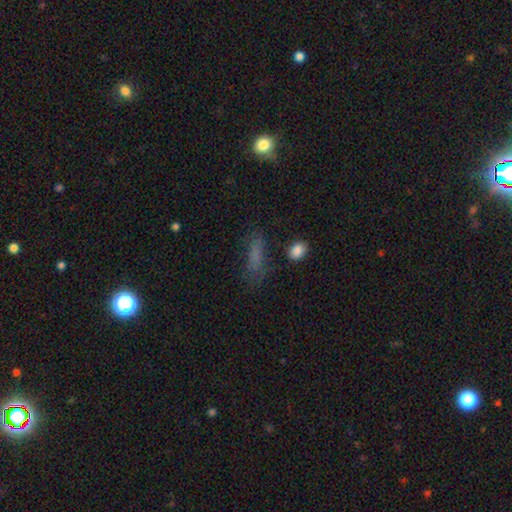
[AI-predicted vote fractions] Q: Smooth or featured?
A: smooth (67%); runner-up: star or artifact (18%)
Q: How rounded?
A: cigar-shaped (50%); runner-up: in between (44%)
Q: Merging?
A: none (65%); runner-up: minor disturbance (20%)